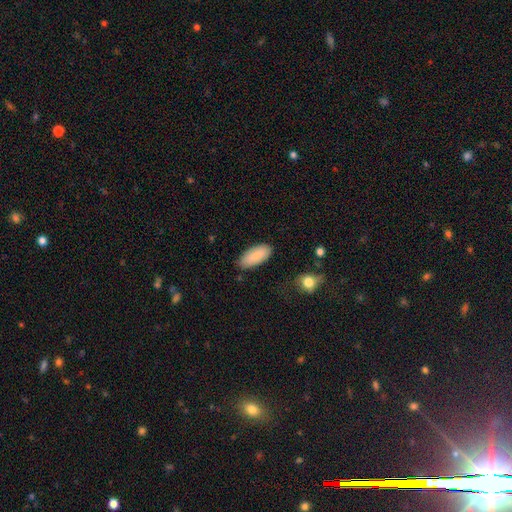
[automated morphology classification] This appears to be a smooth galaxy with no disk features (89%) that is in between round and cigar-shaped (86%). Merging: none (82%).